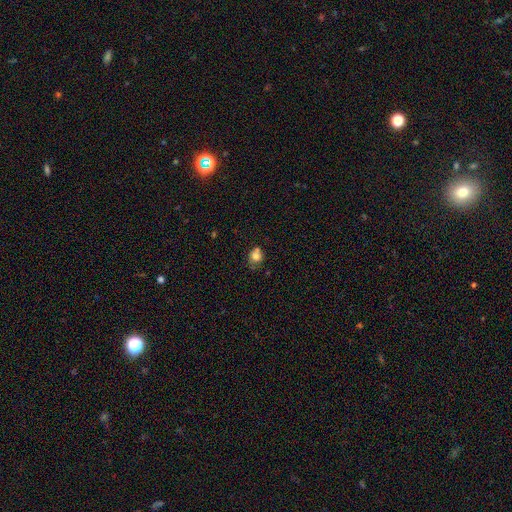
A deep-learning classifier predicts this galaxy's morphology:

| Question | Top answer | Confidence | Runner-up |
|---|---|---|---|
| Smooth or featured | smooth | 77% | star or artifact (12%) |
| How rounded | round | 70% | in between (29%) |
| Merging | none | 53% | minor disturbance (22%) |